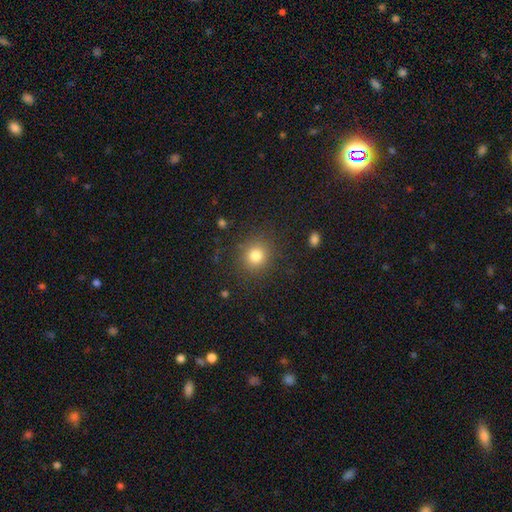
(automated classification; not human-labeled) Smooth or featured? Predicted: smooth (p=0.80). How rounded? Predicted: round (p=0.88). Merging? Predicted: none (p=0.86).